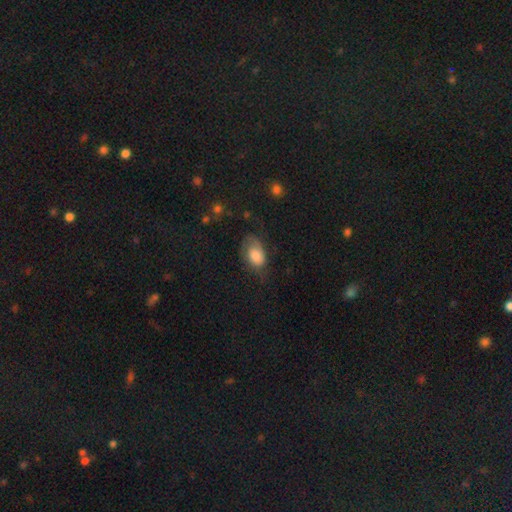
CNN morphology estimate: The model was most divided on "merging": none: 46%, minor disturbance: 32%, major disturbance: 20%, merger: 2%. More confident: how rounded — in between (88%); smooth or featured — smooth (69%).